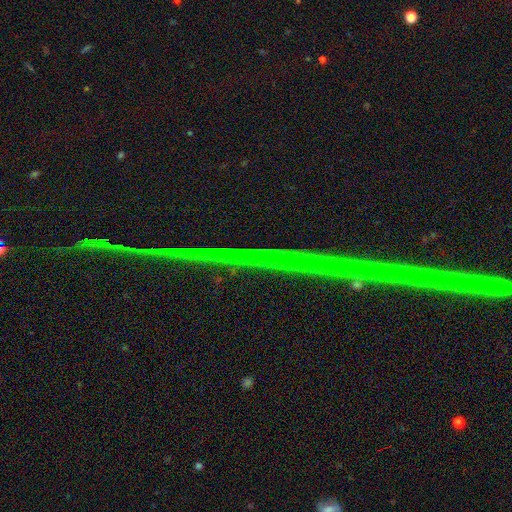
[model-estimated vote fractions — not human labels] Smooth or featured?
  - star or artifact: 89% *
  - featured or disk: 7%
  - smooth: 4%